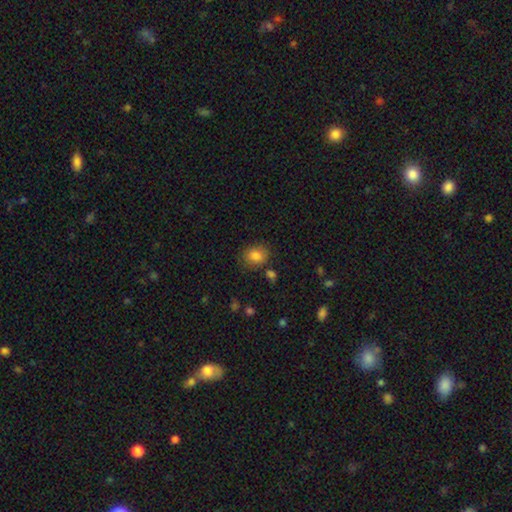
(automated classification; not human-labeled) smooth 83%, star or artifact 10%, featured or disk 7%. Down the decision tree: how rounded — round (56%); merging — none (79%).